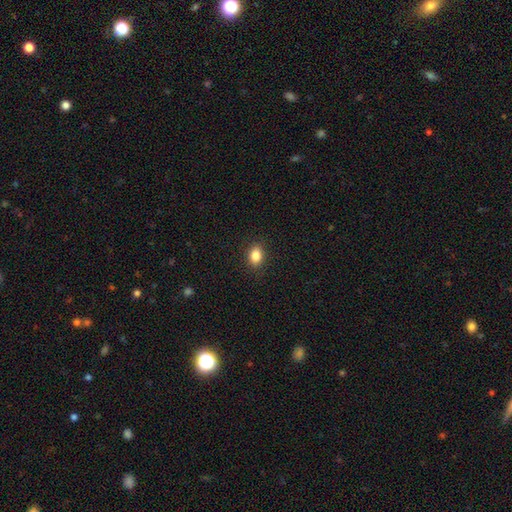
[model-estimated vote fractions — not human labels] The model was most divided on "how rounded": in between: 68%, round: 30%, cigar-shaped: 1%. More confident: merging — none (89%); smooth or featured — smooth (85%).